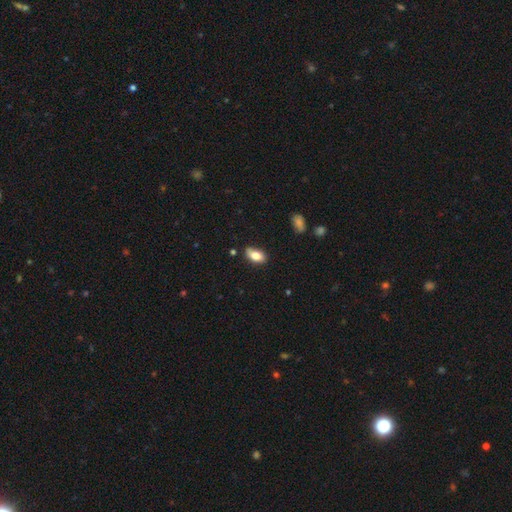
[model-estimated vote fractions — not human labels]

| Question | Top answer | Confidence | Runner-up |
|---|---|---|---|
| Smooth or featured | smooth | 80% | featured or disk (12%) |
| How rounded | in between | 91% | round (6%) |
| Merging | none | 75% | minor disturbance (20%) |